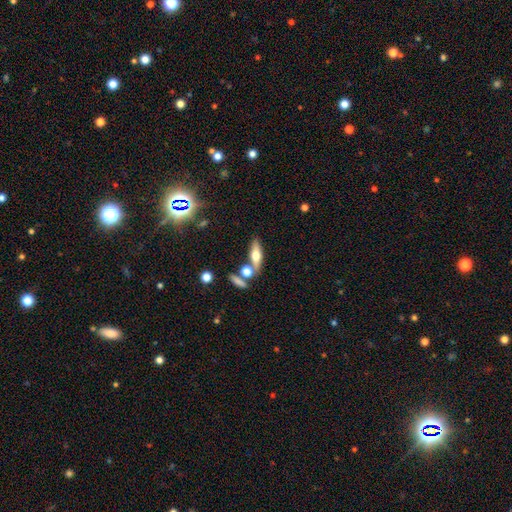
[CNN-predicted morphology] Overall: smooth (54%; featured or disk 37%). How rounded: in between (52%; cigar-shaped 43%). Merging: none (64%).